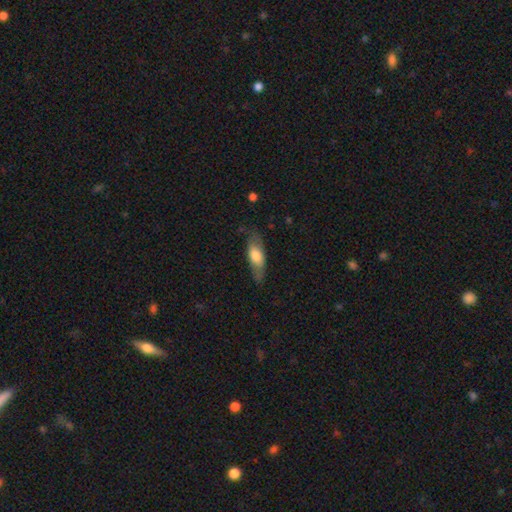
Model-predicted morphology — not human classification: This is likely a smooth galaxy (63%). How rounded: likely in between (63%). Merging: likely none (74%).